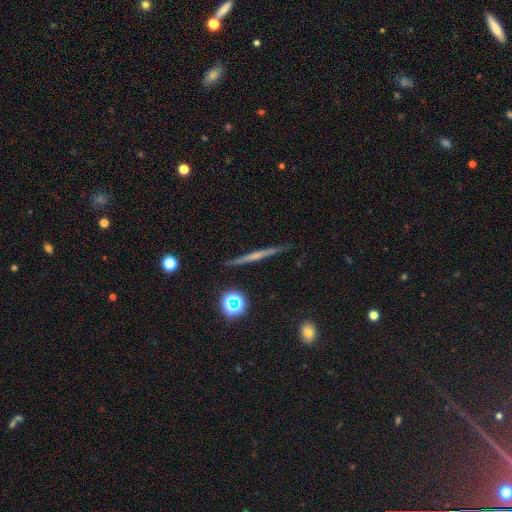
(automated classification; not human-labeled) smooth-or-featured: featured or disk: 64% | smooth: 25% | star or artifact: 11%
  disk-edge-on: yes: 97% | no: 3%
    edge-on-bulge: none: 59% | rounded: 34% | boxy: 8%
  merging: none: 90% | minor disturbance: 7% | major disturbance: 2% | merger: 1%